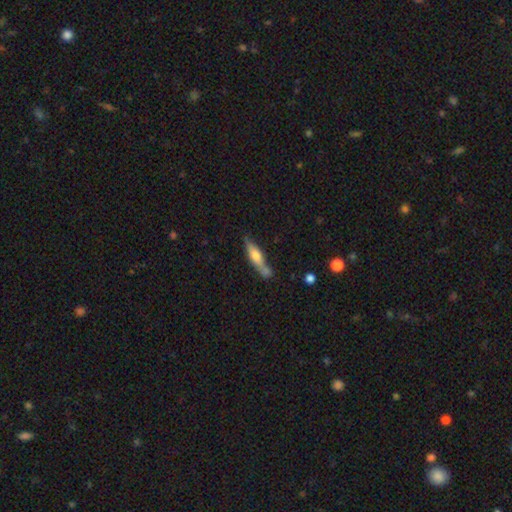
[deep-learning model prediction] smooth-or-featured: smooth: 50% | featured or disk: 44% | star or artifact: 6%
  merging: none: 59% | minor disturbance: 19% | merger: 17% | major disturbance: 5%